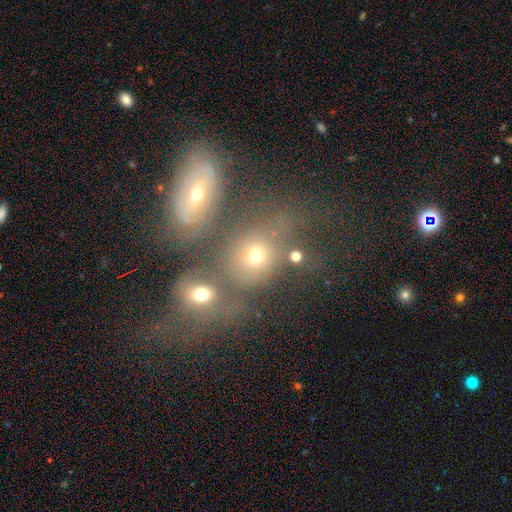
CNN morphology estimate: This appears to be a smooth galaxy with no disk features (63%) that is round (55%). Merging: merger (47%).